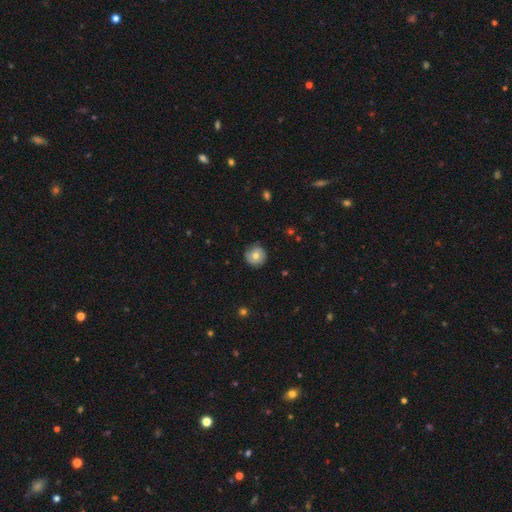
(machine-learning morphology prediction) Smooth or featured? Predicted: smooth (p=0.66). How rounded? Predicted: round (p=0.94). Merging? Predicted: none (p=0.86).